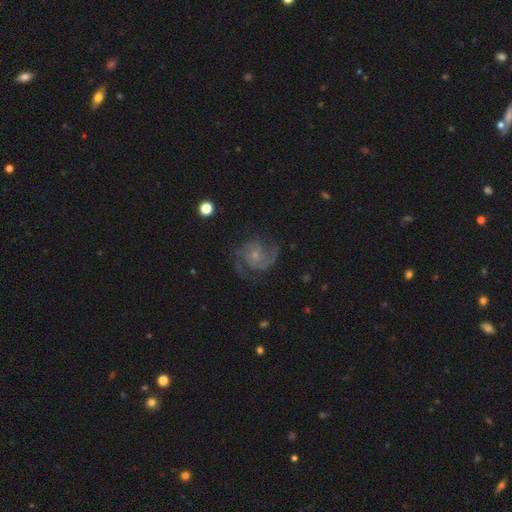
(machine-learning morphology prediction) A featured or disk galaxy (85%) with no bar (73%), 2 (66%) medium (51%) spiral arms (96%) and a small central bulge (75%).

Vote fractions:
- Smooth or featured? featured or disk: 85% / smooth: 9% / star or artifact: 7%
- Edge-on disk? no: 98% / yes: 2%
- Bar? no: 73% / weak: 23% / strong: 4%
- Spiral arms? yes: 96% / no: 4%
- Spiral winding? medium: 51% / tight: 30% / loose: 20%
- Spiral arm count? 2: 66% / 3: 12% / can't tell: 10% / 1: 5% / 4: 4% / more than 4: 3%
- Bulge size? small: 75% / moderate: 17% / none: 6% / large: 2% / dominant: 1%
- Merging? none: 67% / minor disturbance: 18% / major disturbance: 14% / merger: 1%